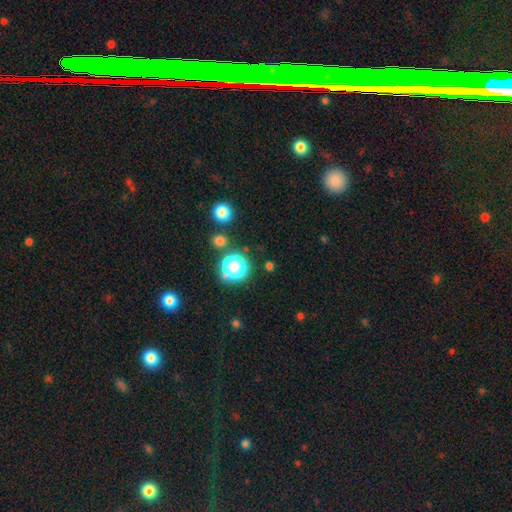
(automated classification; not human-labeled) Smooth or featured? Predicted: star or artifact (p=0.75).